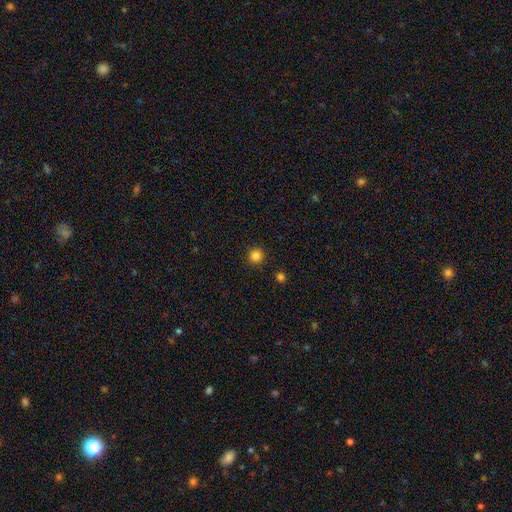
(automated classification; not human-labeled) A smooth galaxy with no disk features (84%) that is round (95%).

Vote fractions:
- Smooth or featured? smooth: 84% / star or artifact: 12% / featured or disk: 3%
- How rounded? round: 95% / in between: 4% / cigar-shaped: 1%
- Merging? none: 92% / minor disturbance: 5% / major disturbance: 2% / merger: 2%